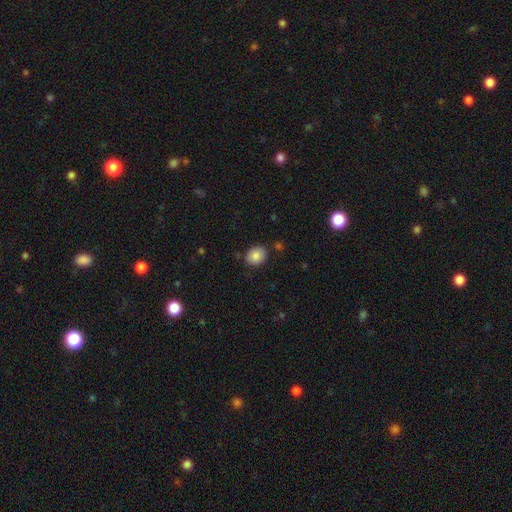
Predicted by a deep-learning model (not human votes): The model was most divided on "how rounded": round: 55%, in between: 44%, cigar-shaped: 1%. More confident: smooth or featured — smooth (85%); merging — none (83%).